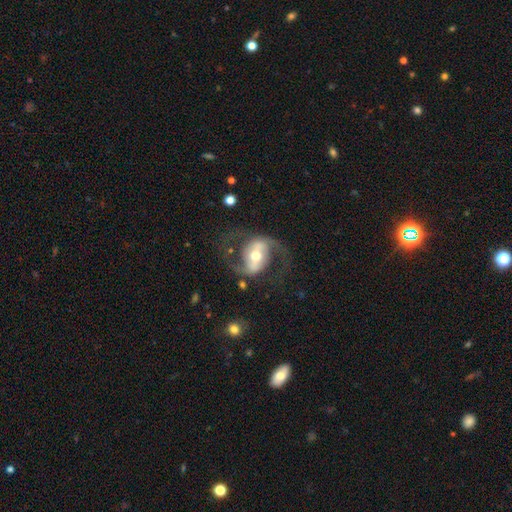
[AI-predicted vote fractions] Smooth or featured? Predicted: featured or disk (p=0.85). Edge-on disk? Predicted: no (p=0.97). Bar? Predicted: strong (p=0.45). Spiral arms? Predicted: yes (p=0.91). Spiral winding? Predicted: medium (p=0.49). Spiral arm count? Predicted: 2 (p=0.92). Bulge size? Predicted: moderate (p=0.67). Merging? Predicted: none (p=0.71).